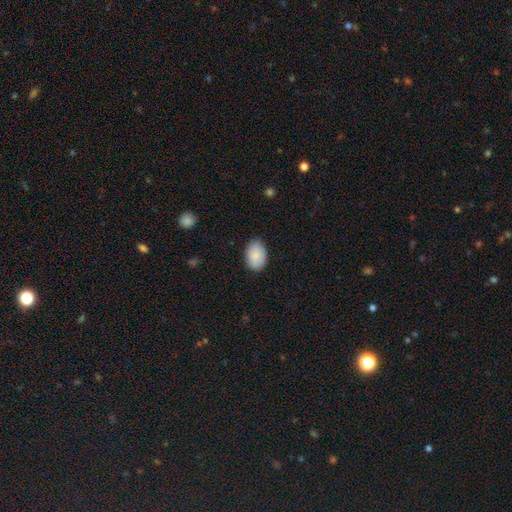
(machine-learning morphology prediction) This is clearly a smooth galaxy (89%). How rounded: clearly in between (88%). Merging: clearly none (82%).